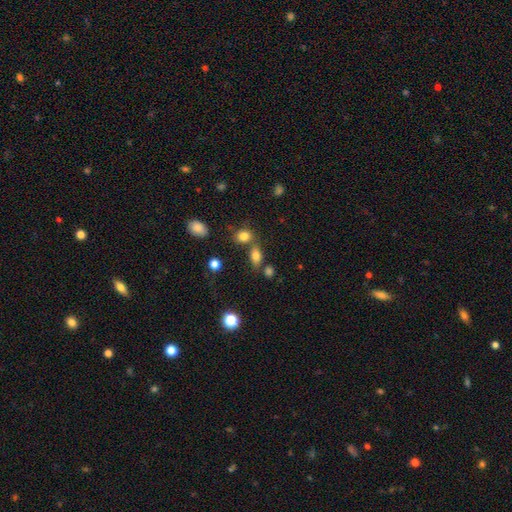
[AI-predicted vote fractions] Q: Smooth or featured?
A: smooth (79%); runner-up: star or artifact (12%)
Q: How rounded?
A: in between (78%); runner-up: round (17%)
Q: Merging?
A: none (61%); runner-up: merger (21%)